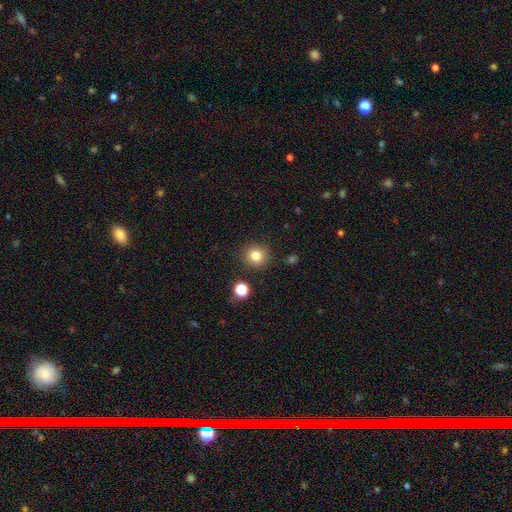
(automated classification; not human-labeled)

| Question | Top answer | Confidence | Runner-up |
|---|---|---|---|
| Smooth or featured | smooth | 82% | star or artifact (12%) |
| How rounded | round | 91% | in between (8%) |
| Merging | none | 88% | minor disturbance (7%) |